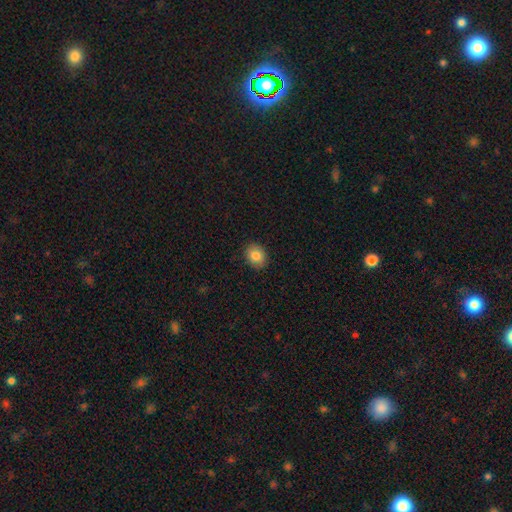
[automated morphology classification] type=smooth (83%); roundness=round (51%); merging=none (90%).